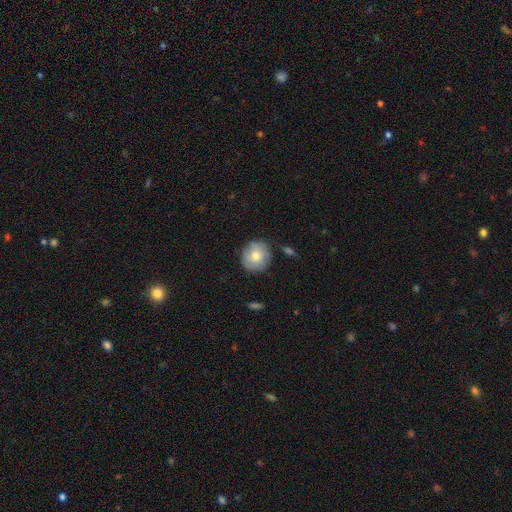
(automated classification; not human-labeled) smooth 75%, featured or disk 18%, star or artifact 7%. Down the decision tree: how rounded — round (90%); merging — none (81%).